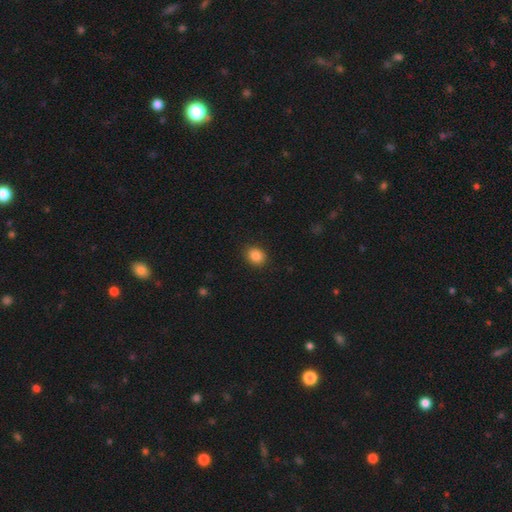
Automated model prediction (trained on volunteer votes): A smooth galaxy with no disk features (86%) that is round (57%). Merging: none (88%).